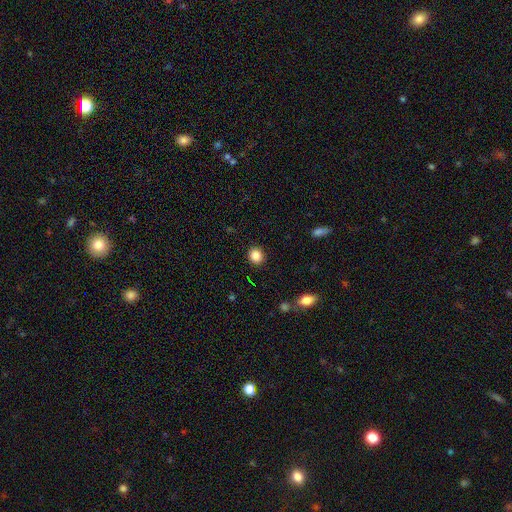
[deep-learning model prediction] Smooth or featured? smooth (86%)
How rounded? round (82%)
Merging? none (91%)